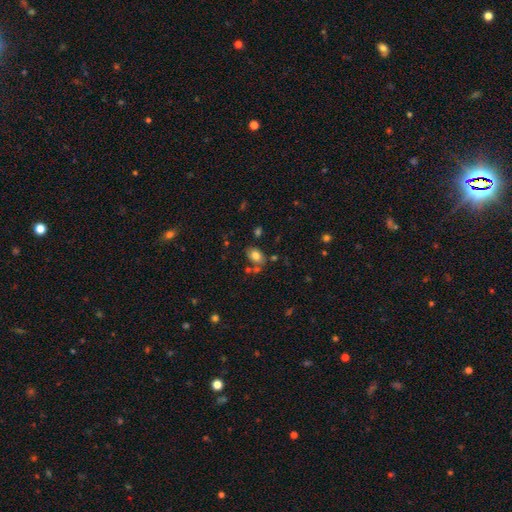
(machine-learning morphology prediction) Q: Smooth or featured?
A: smooth (79%); runner-up: featured or disk (11%)
Q: How rounded?
A: in between (82%); runner-up: round (17%)
Q: Merging?
A: none (70%); runner-up: minor disturbance (14%)